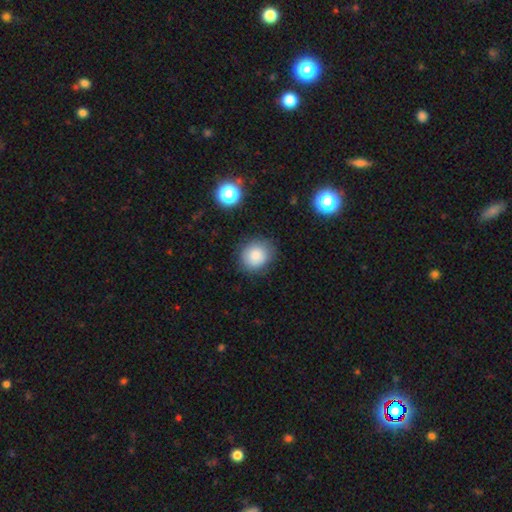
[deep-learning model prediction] Smooth or featured: smooth — 83% (star or artifact — 10%)
How rounded: round — 77% (in between — 23%)
Merging: none — 82% (minor disturbance — 13%)